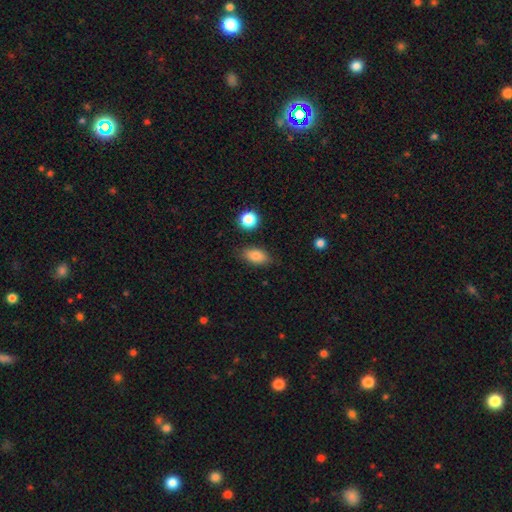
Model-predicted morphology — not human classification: This is clearly a smooth galaxy (82%). How rounded: clearly in between (87%). Merging: clearly none (82%).